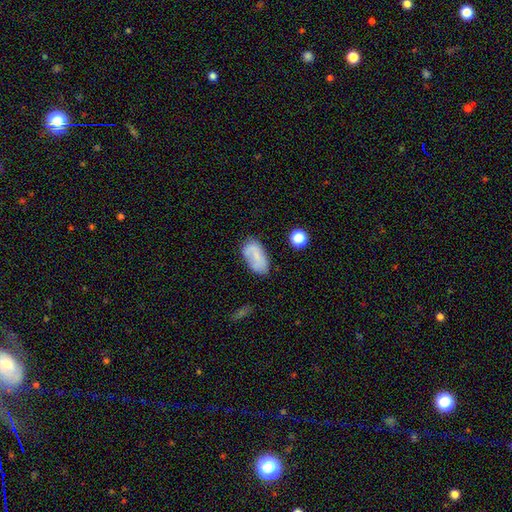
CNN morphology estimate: Smooth or featured: smooth — 66% (featured or disk — 25%)
How rounded: in between — 92% (round — 5%)
Merging: none — 64% (minor disturbance — 24%)